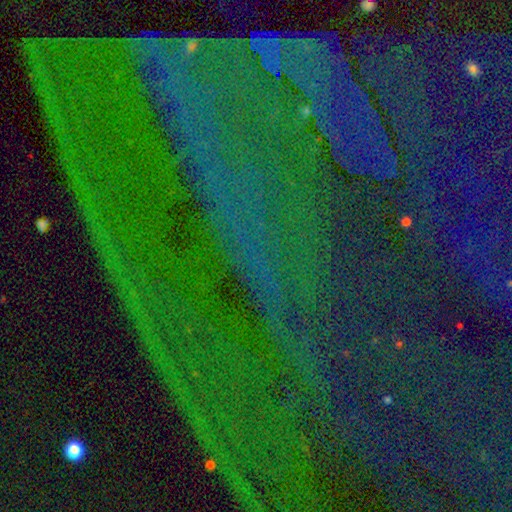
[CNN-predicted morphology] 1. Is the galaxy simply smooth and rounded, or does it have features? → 87% star or artifact, 7% featured or disk, 6% smooth.